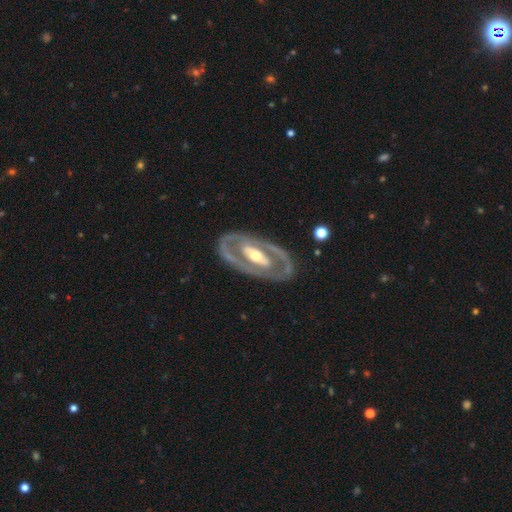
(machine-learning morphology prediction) This appears to be a featured or disk galaxy (80%) with no bar (48%), no spiral arms (55%) and a moderate central bulge (66%). Merging: none (81%).